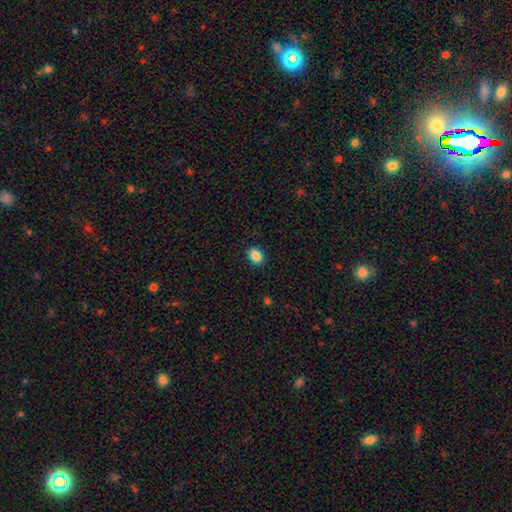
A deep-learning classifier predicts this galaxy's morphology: A smooth galaxy with no disk features (88%) that is in between round and cigar-shaped (73%).

Vote fractions:
- Smooth or featured? smooth: 88% / star or artifact: 8% / featured or disk: 3%
- How rounded? in between: 73% / round: 26% / cigar-shaped: 1%
- Merging? none: 90% / minor disturbance: 7% / major disturbance: 2% / merger: 1%